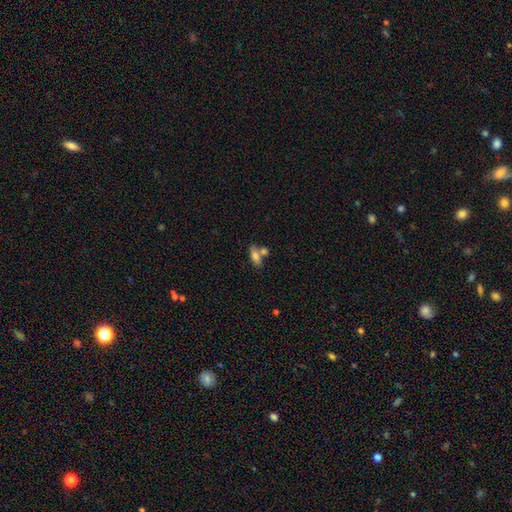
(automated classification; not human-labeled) This appears to be a smooth galaxy with no disk features (70%) that is in between round and cigar-shaped (71%). Merging: none (51%).